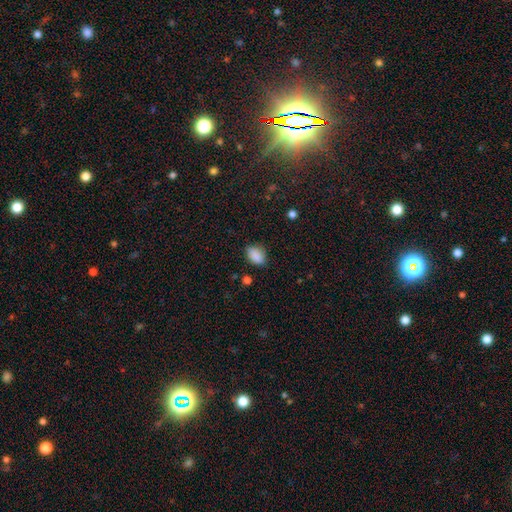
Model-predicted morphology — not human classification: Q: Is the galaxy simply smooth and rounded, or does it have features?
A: smooth — 88%.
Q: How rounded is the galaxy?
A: in between — 82%.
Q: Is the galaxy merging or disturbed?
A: none — 76%.